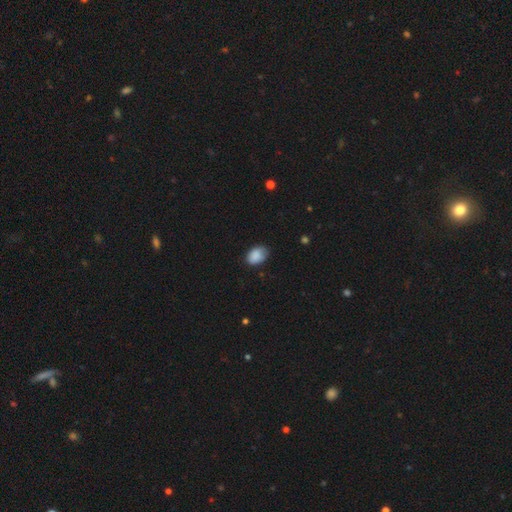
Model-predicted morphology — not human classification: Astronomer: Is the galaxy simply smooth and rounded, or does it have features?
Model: smooth — 87%.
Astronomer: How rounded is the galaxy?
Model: in between — 80%.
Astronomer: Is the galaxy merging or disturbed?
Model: none — 66%.